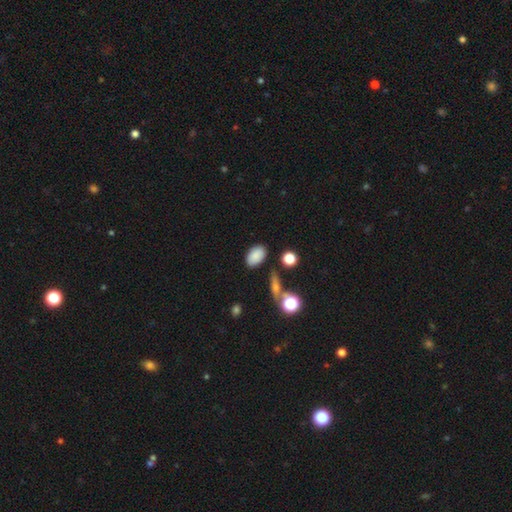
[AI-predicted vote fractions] smooth 85%, star or artifact 9%, featured or disk 6%. Down the decision tree: how rounded — in between (90%); merging — none (81%).